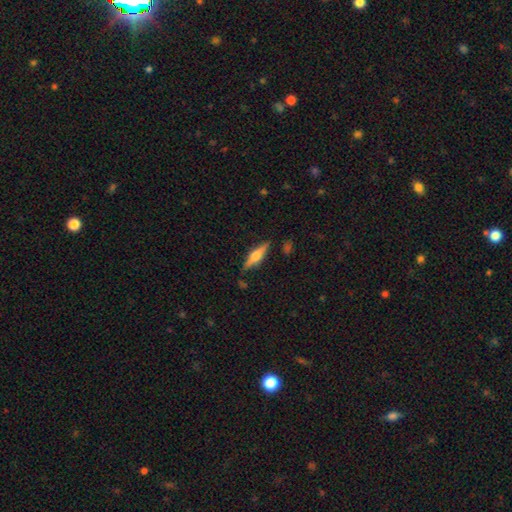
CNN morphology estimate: Overall: featured or disk (65%; smooth 29%). Edge-on disk: yes (97%). Edge-on bulge: rounded (90%). Merging: none (85%).